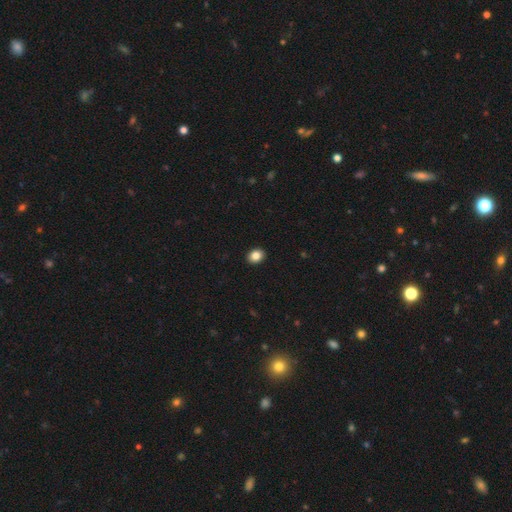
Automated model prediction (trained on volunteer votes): Q: Smooth or featured?
A: smooth (85%); runner-up: star or artifact (9%)
Q: How rounded?
A: in between (56%); runner-up: round (43%)
Q: Merging?
A: none (92%); runner-up: minor disturbance (5%)